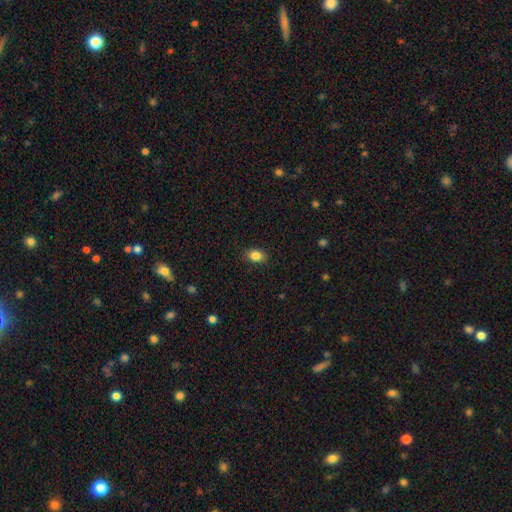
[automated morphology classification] Smooth or featured?
  - smooth: 85% *
  - star or artifact: 9%
  - featured or disk: 6%
How rounded?
  - in between: 78% *
  - round: 20%
  - cigar-shaped: 1%
Merging?
  - none: 89% *
  - minor disturbance: 8%
  - major disturbance: 2%
  - merger: 1%